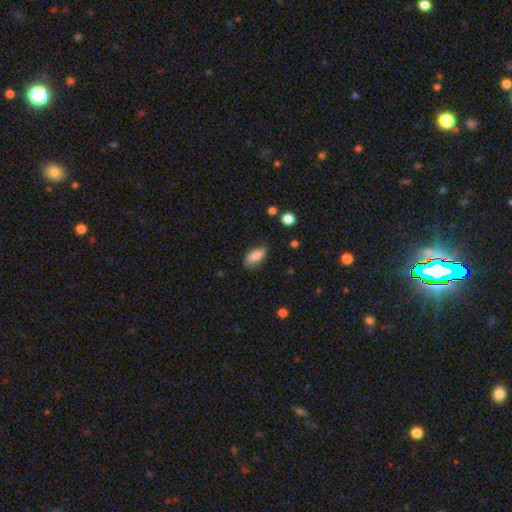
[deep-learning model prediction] smooth 84%, featured or disk 9%, star or artifact 7%. Down the decision tree: how rounded — in between (79%); merging — none (74%).